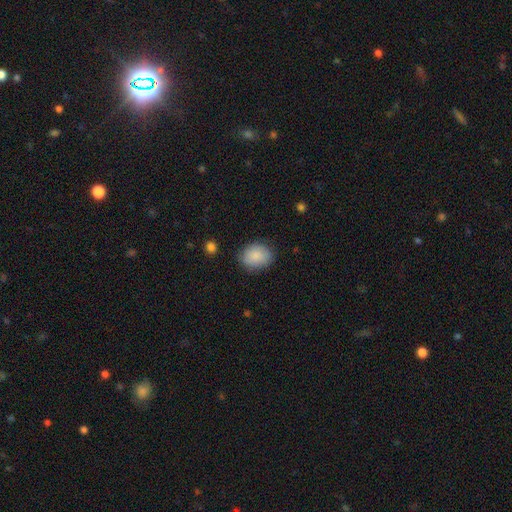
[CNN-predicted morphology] Smooth or featured: smooth — 86% (featured or disk — 7%)
How rounded: in between — 55% (round — 44%)
Merging: none — 78% (minor disturbance — 17%)